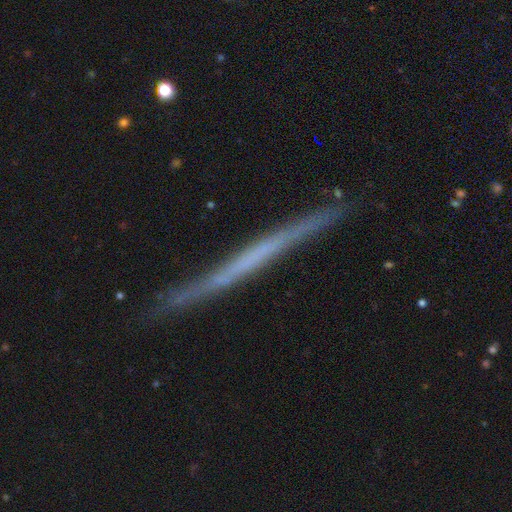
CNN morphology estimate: Smooth or featured? Predicted: featured or disk (p=0.61). Edge-on disk? Predicted: yes (p=0.94). Edge-on bulge? Predicted: none (p=0.91). Merging? Predicted: none (p=0.85).